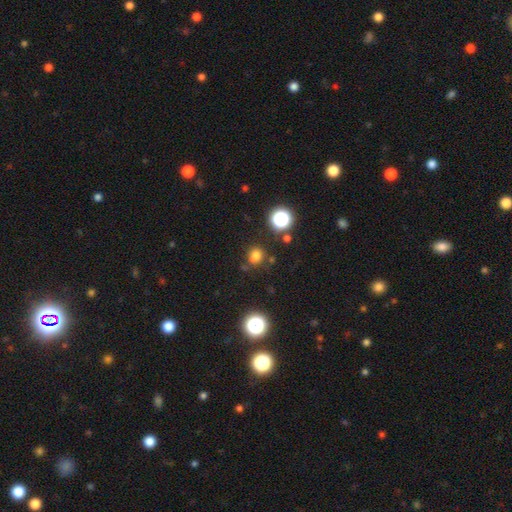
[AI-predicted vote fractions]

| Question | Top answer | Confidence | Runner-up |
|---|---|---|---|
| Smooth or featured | smooth | 76% | star or artifact (19%) |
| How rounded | round | 80% | in between (19%) |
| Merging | none | 80% | minor disturbance (12%) |